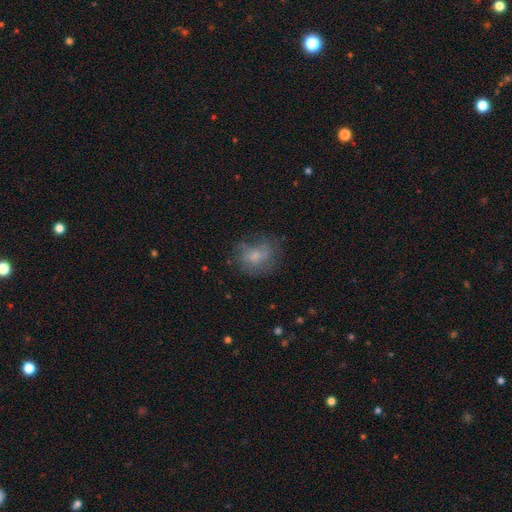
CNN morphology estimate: A smooth galaxy with no disk features (58%) that is round (53%). Merging: none (57%).